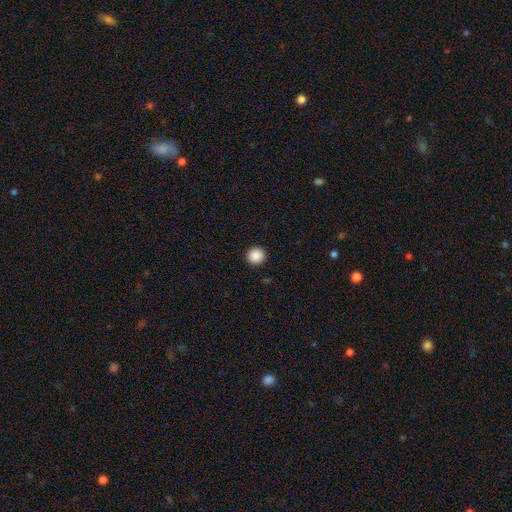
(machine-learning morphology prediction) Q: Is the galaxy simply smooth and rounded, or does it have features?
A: smooth — 88%.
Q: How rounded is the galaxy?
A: round — 96%.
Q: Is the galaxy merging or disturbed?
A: none — 94%.